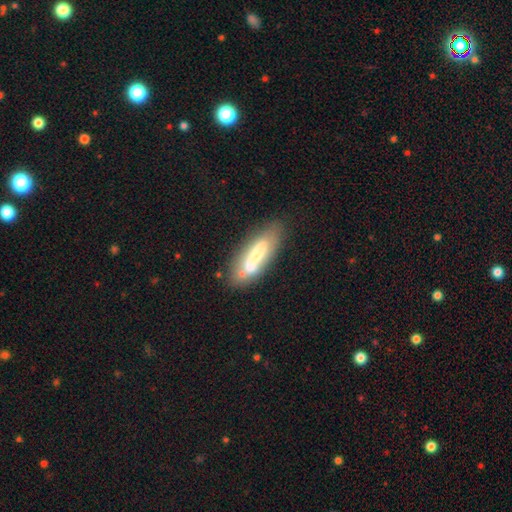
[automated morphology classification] Q: Smooth or featured?
A: smooth (49%); runner-up: featured or disk (43%)
Q: Merging?
A: none (57%); runner-up: minor disturbance (19%)